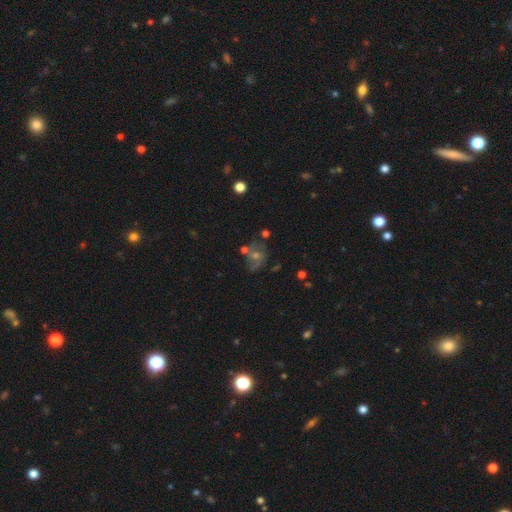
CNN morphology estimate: Overall: featured or disk (51%; smooth 26%). Edge-on disk: no (96%). Merging: none (52%; minor disturbance 18%).